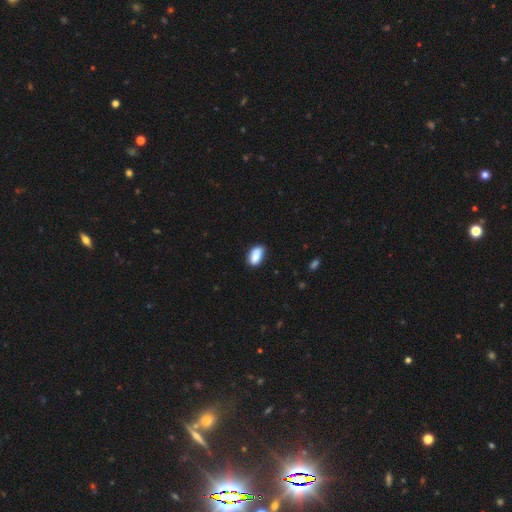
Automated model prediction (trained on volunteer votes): Smooth or featured: smooth — 88% (star or artifact — 7%)
How rounded: in between — 92% (round — 5%)
Merging: none — 70% (minor disturbance — 23%)